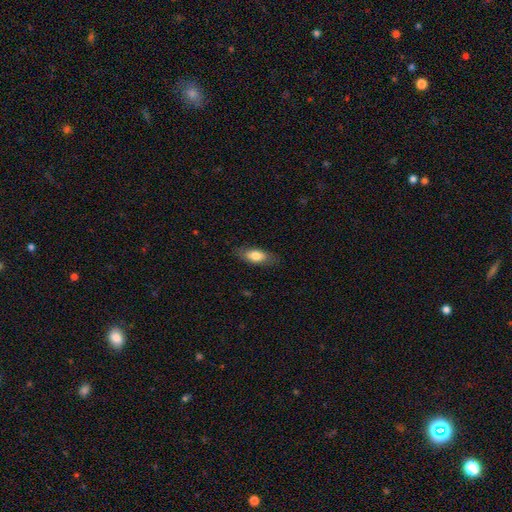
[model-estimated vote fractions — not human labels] smooth-or-featured: smooth: 75% | featured or disk: 18% | star or artifact: 6%
  how-rounded: in between: 80% | cigar-shaped: 17% | round: 3%
  merging: none: 80% | minor disturbance: 15% | major disturbance: 4% | merger: 1%